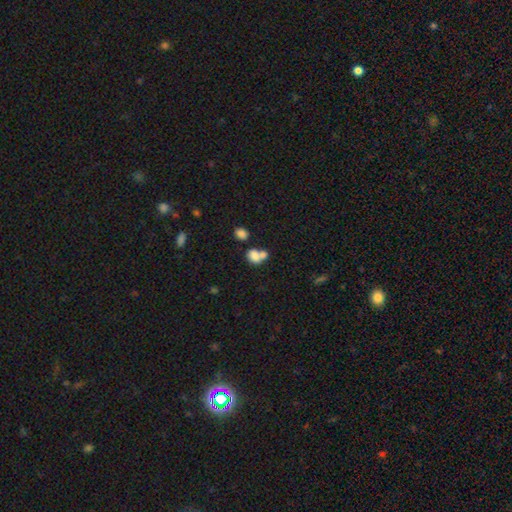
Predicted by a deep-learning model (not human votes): Overall: smooth (78%). How rounded: in between (61%; round 38%). Merging: merger (60%; none 27%).